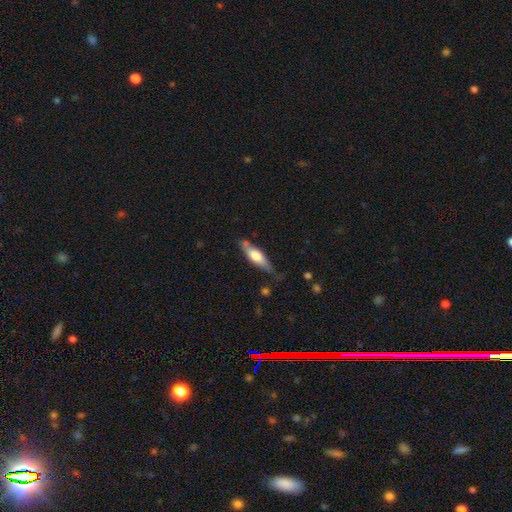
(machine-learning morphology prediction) The model was most divided on "how rounded": cigar-shaped: 54%, in between: 44%, round: 2%. More confident: merging — none (64%); smooth or featured — smooth (57%).